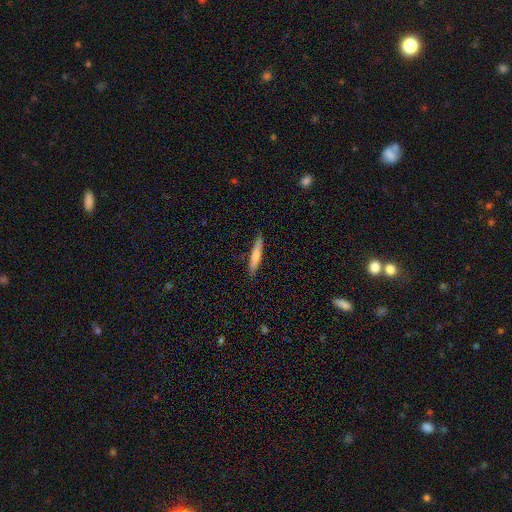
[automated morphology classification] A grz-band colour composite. It shows a smooth galaxy with no disk features (61%) that is cigar-shaped (91%). Merging: none (84%).